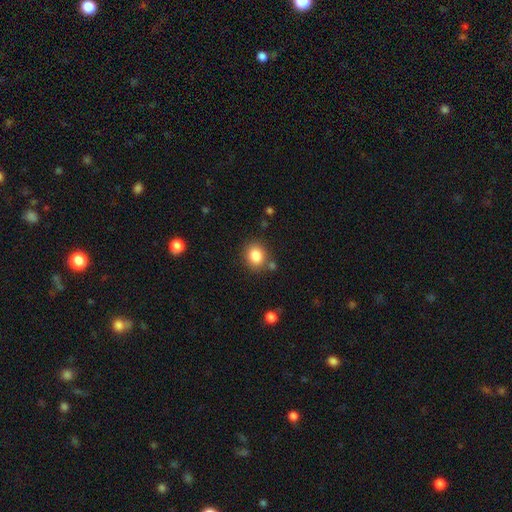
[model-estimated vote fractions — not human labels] smooth 85%, star or artifact 9%, featured or disk 6%. Down the decision tree: how rounded — round (62%); merging — none (79%).